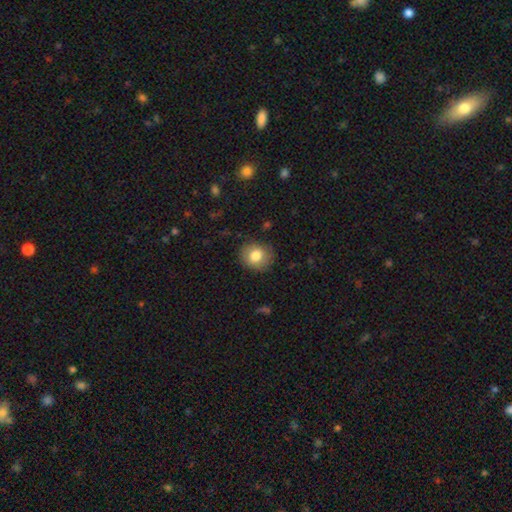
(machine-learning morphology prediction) type=smooth (81%); roundness=round (77%); merging=none (84%).